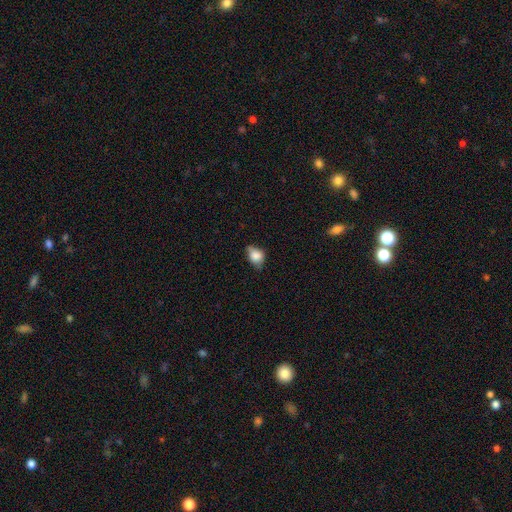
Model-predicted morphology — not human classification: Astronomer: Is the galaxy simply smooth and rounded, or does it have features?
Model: smooth — 82%.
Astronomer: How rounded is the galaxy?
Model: in between — 68%.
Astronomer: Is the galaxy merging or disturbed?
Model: none — 52% (runner-up: minor disturbance, 38%).